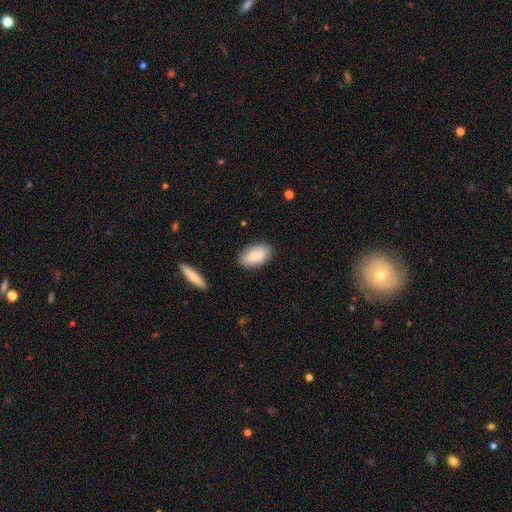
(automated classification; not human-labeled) Overall: smooth (83%). How rounded: in between (93%). Merging: none (84%).